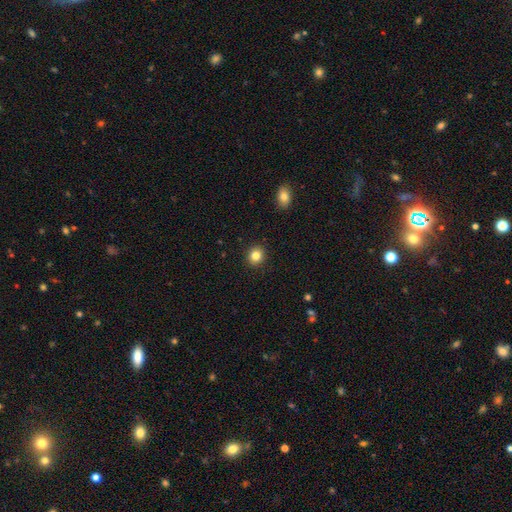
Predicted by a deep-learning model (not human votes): Smooth or featured?
  - smooth: 84% *
  - star or artifact: 11%
  - featured or disk: 6%
How rounded?
  - round: 80% *
  - in between: 19%
  - cigar-shaped: 1%
Merging?
  - none: 92% *
  - minor disturbance: 5%
  - major disturbance: 2%
  - merger: 1%